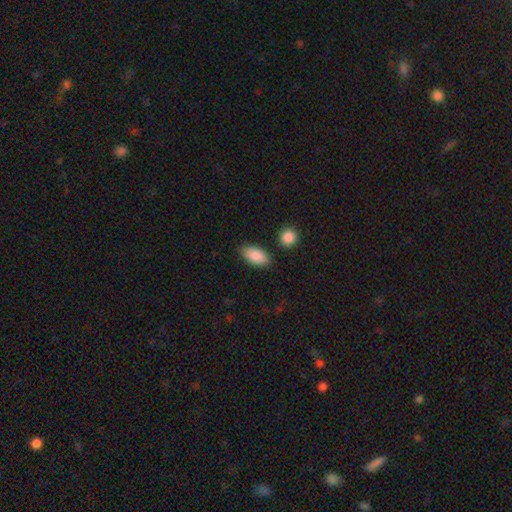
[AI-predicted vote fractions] smooth 88%, star or artifact 6%, featured or disk 6%. Down the decision tree: how rounded — in between (91%); merging — none (82%).